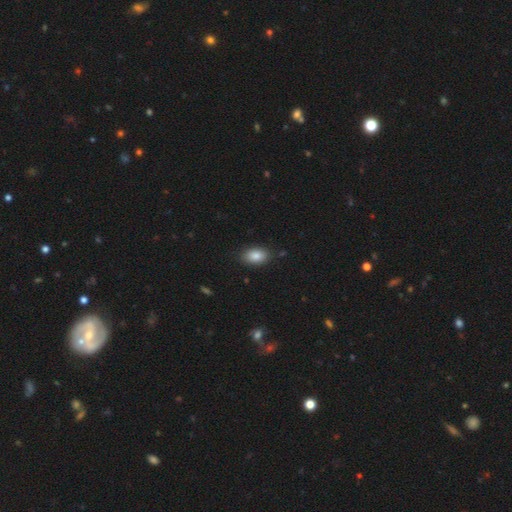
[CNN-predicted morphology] The model was most divided on "merging": none: 85%, minor disturbance: 11%, major disturbance: 2%, merger: 2%. More confident: how rounded — in between (90%); smooth or featured — smooth (85%).